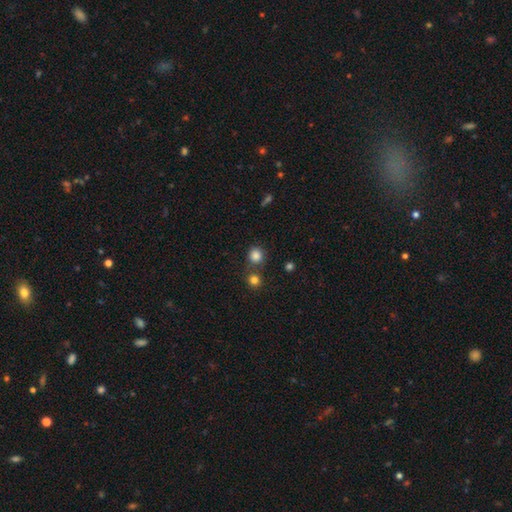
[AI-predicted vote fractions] This appears to be a smooth galaxy with no disk features (83%) that is round (89%). Merging: none (71%).